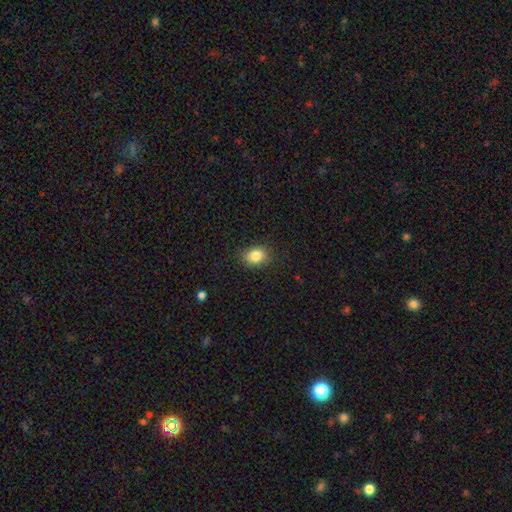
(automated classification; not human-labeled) The model was most divided on "how rounded": in between: 62%, round: 37%, cigar-shaped: 1%. More confident: merging — none (85%); smooth or featured — smooth (84%).